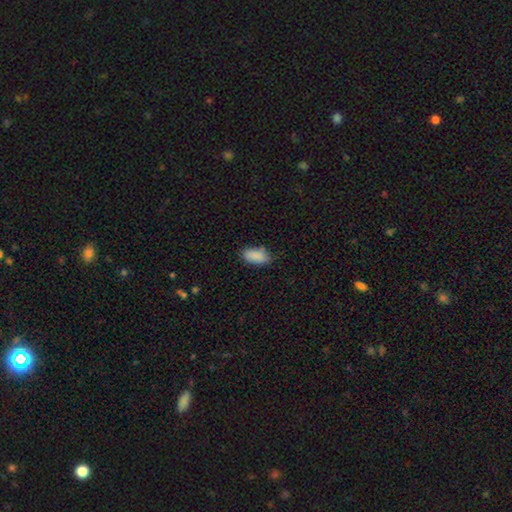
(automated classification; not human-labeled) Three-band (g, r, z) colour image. It shows a smooth galaxy with no disk features (88%) that is in between round and cigar-shaped (91%). Merging: none (76%).